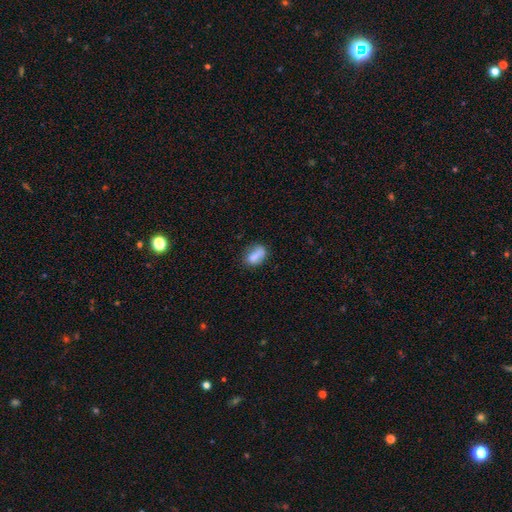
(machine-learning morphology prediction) A smooth galaxy with no disk features (79%) that is in between round and cigar-shaped (81%).

Vote fractions:
- Smooth or featured? smooth: 79% / featured or disk: 12% / star or artifact: 9%
- How rounded? in between: 81% / round: 12% / cigar-shaped: 6%
- Merging? none: 59% / minor disturbance: 25% / major disturbance: 8% / merger: 7%